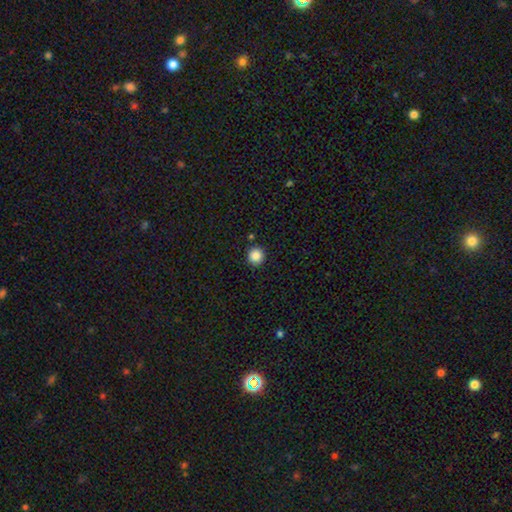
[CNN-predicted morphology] Smooth or featured? Predicted: smooth (p=0.87). How rounded? Predicted: round (p=0.94). Merging? Predicted: none (p=0.90).